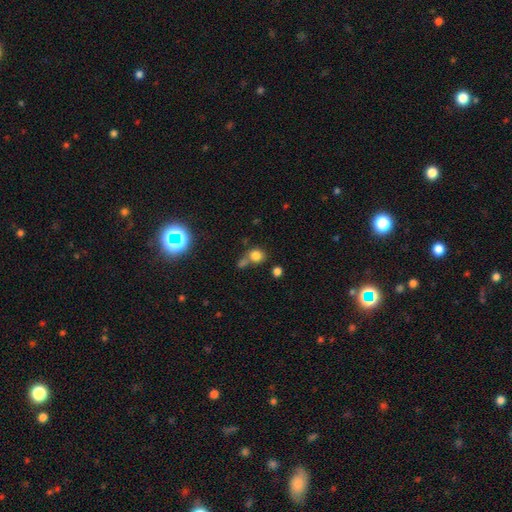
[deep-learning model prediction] smooth_or_featured: smooth (p=0.77) [alt: star or artifact p=0.15]
how_rounded: round (p=0.80) [alt: in between p=0.19]
merging: none (p=0.52) [alt: merger p=0.30]